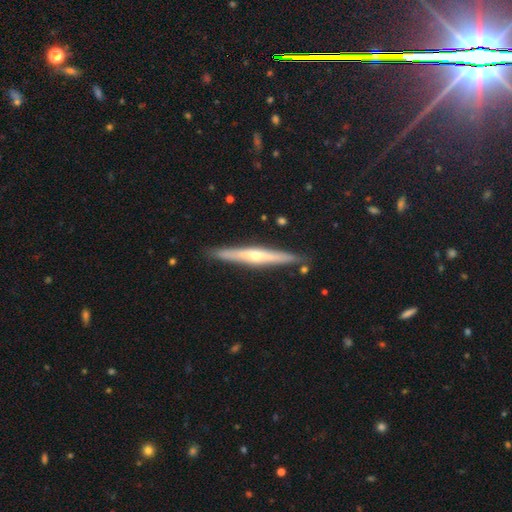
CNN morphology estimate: Smooth or featured: featured or disk — 72% (smooth — 23%)
Edge-on disk: yes — 96% (no — 4%)
Edge-on bulge: rounded — 82% (none — 14%)
Merging: none — 89% (minor disturbance — 8%)